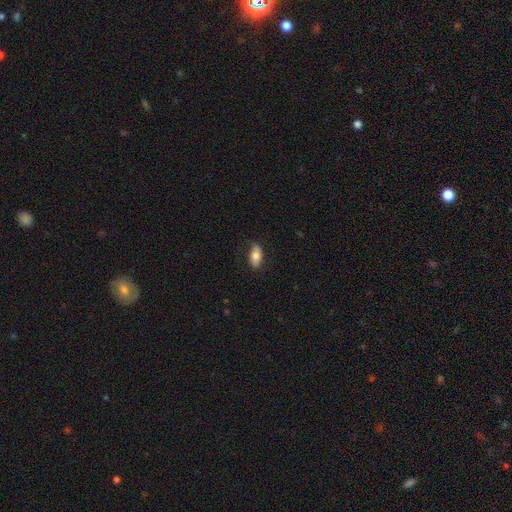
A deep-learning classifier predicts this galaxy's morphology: This appears to be a smooth galaxy with no disk features (73%) that is in between round and cigar-shaped (88%). Merging: none (79%).